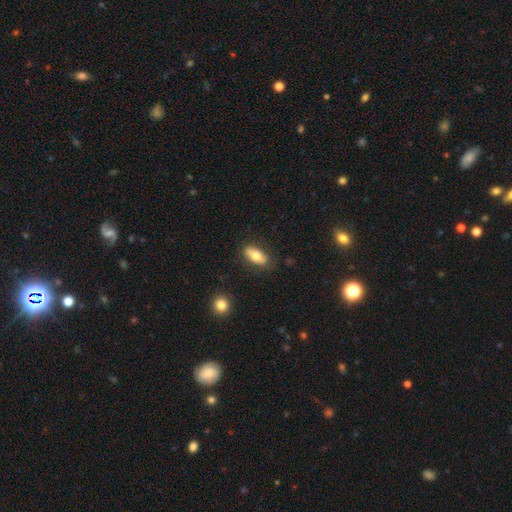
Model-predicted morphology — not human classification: A smooth galaxy with no disk features (71%) that is in between round and cigar-shaped (81%). Merging: none (83%).